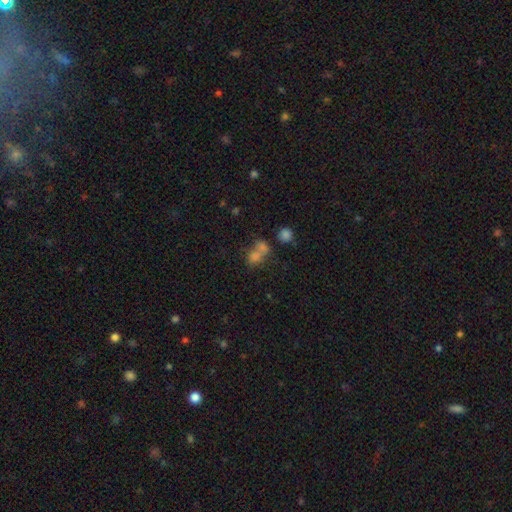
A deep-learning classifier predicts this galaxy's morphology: Overall: smooth (67%). How rounded: in between (51%; round 46%). Merging: merger (58%; none 28%).